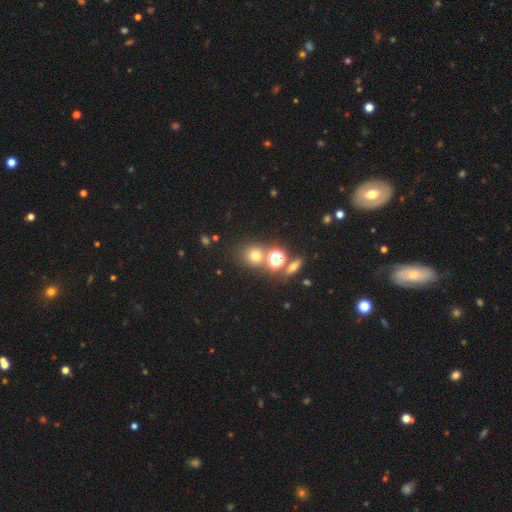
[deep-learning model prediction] A smooth galaxy with no disk features (64%) that is round (87%).

Vote fractions:
- Smooth or featured? smooth: 64% / star or artifact: 26% / featured or disk: 10%
- How rounded? round: 87% / in between: 12% / cigar-shaped: 1%
- Merging? none: 68% / merger: 19% / minor disturbance: 8% / major disturbance: 4%